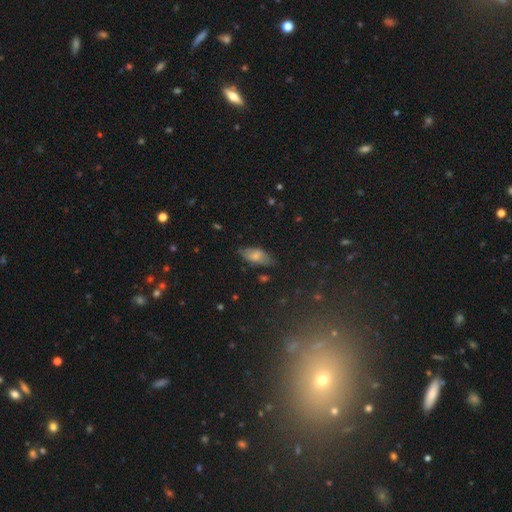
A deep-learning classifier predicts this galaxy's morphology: Smooth or featured: smooth — 65% (featured or disk — 24%)
How rounded: in between — 86% (cigar-shaped — 11%)
Merging: none — 66% (minor disturbance — 25%)